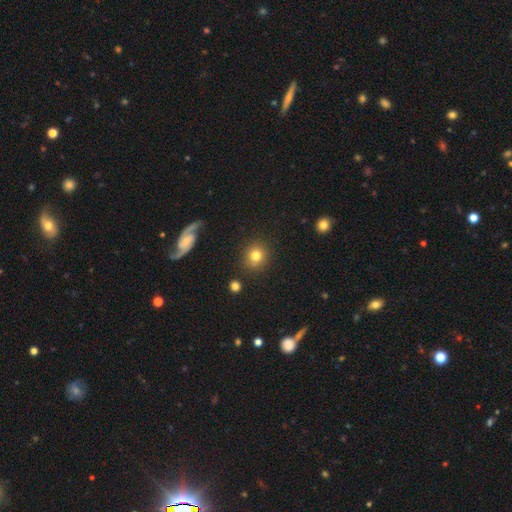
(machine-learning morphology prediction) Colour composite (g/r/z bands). It shows a smooth galaxy with no disk features (78%) that is round (87%). Merging: none (85%).